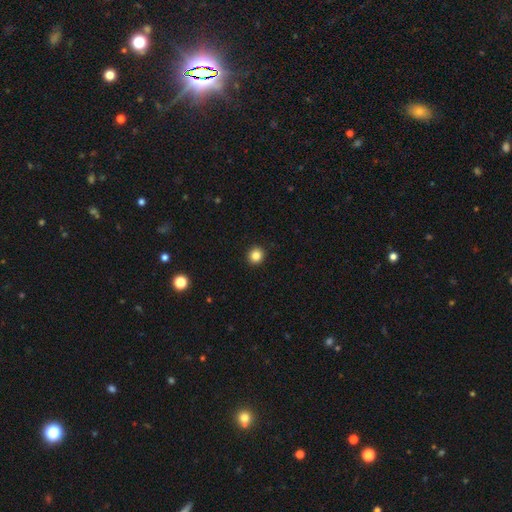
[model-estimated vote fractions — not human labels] Q: Smooth or featured?
A: smooth (84%); runner-up: star or artifact (11%)
Q: How rounded?
A: round (90%); runner-up: in between (9%)
Q: Merging?
A: none (93%); runner-up: minor disturbance (4%)